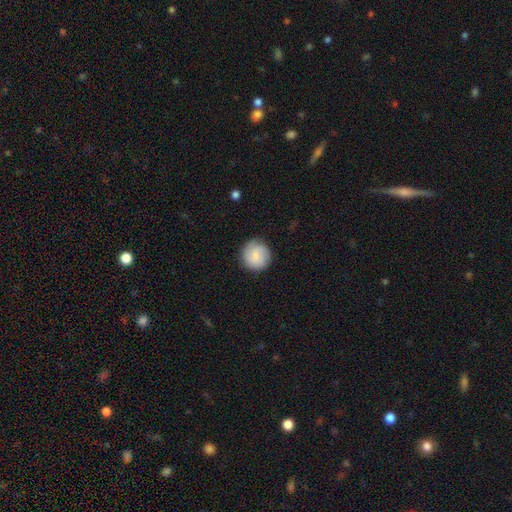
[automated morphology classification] smooth_or_featured: smooth (p=0.76) [alt: featured or disk p=0.18]
how_rounded: round (p=0.94) [alt: in between p=0.05]
merging: none (p=0.86) [alt: minor disturbance p=0.10]